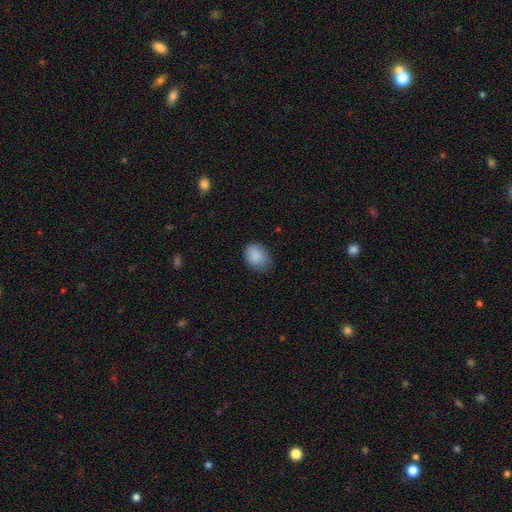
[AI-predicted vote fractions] Smooth or featured?
  - smooth: 88% *
  - star or artifact: 7%
  - featured or disk: 4%
How rounded?
  - in between: 63% *
  - round: 36%
  - cigar-shaped: 1%
Merging?
  - none: 71% *
  - minor disturbance: 24%
  - major disturbance: 4%
  - merger: 1%